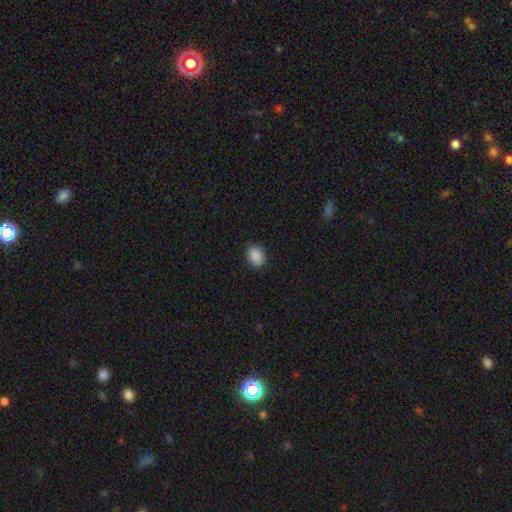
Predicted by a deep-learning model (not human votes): smooth 89%, star or artifact 8%, featured or disk 3%. Down the decision tree: how rounded — in between (64%); merging — none (88%).